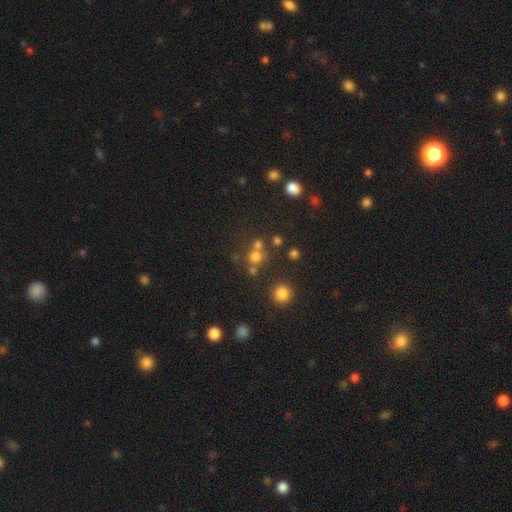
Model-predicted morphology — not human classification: This is possibly a smooth galaxy (58%). How rounded: clearly round (87%). Merging: possibly none (56%).